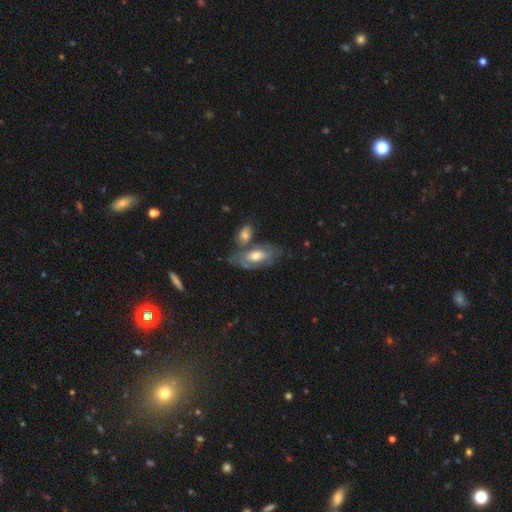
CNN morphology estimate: This appears to be a featured or disk galaxy (54%). Merging: none (47%).